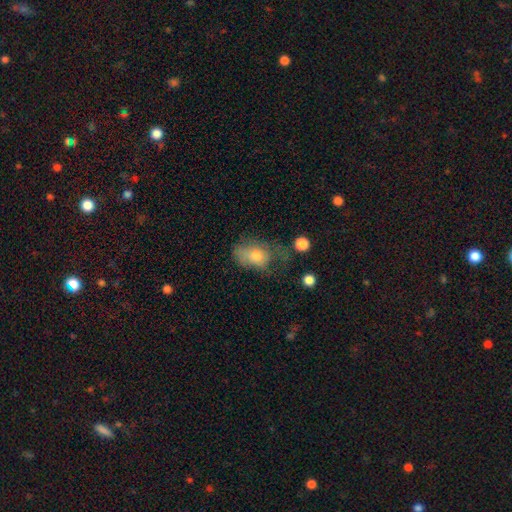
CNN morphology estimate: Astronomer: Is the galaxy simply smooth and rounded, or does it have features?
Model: smooth — 70%.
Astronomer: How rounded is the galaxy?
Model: in between — 81%.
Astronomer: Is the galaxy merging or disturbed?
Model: none — 34% (runner-up: minor disturbance, 32%).